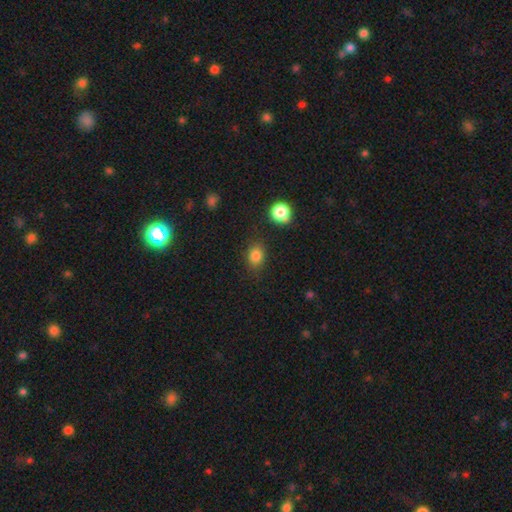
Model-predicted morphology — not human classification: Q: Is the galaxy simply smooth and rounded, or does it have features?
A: smooth — 83%.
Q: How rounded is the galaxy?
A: in between — 55%.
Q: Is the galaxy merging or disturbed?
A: none — 80%.